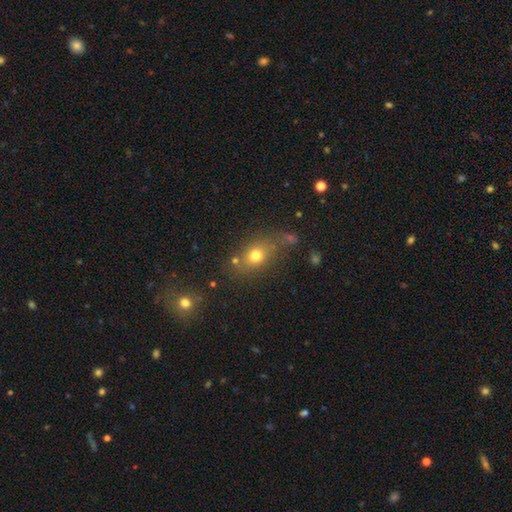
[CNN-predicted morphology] Smooth or featured?
  - smooth: 71% *
  - star or artifact: 16%
  - featured or disk: 13%
How rounded?
  - in between: 50% *
  - round: 47%
  - cigar-shaped: 3%
Merging?
  - none: 66% *
  - minor disturbance: 16%
  - merger: 11%
  - major disturbance: 8%